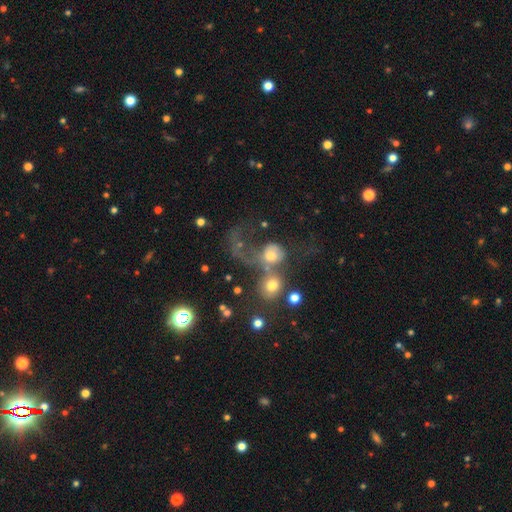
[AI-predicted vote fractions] Smooth or featured: featured or disk — 41% (star or artifact — 31%)
Merging: merger — 46% (none — 27%)